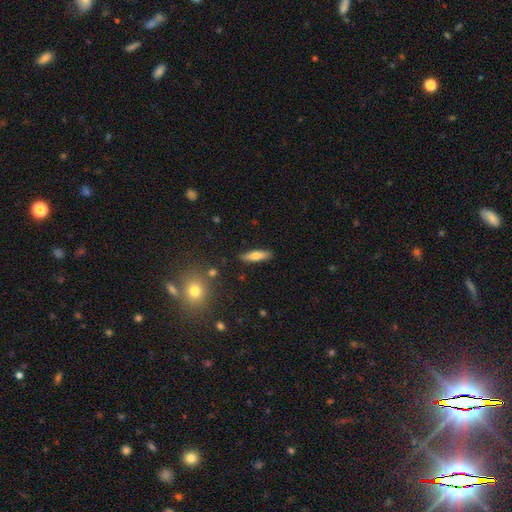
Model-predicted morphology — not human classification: smooth 70%, featured or disk 23%, star or artifact 7%. Down the decision tree: how rounded — cigar-shaped (64%); merging — none (86%).